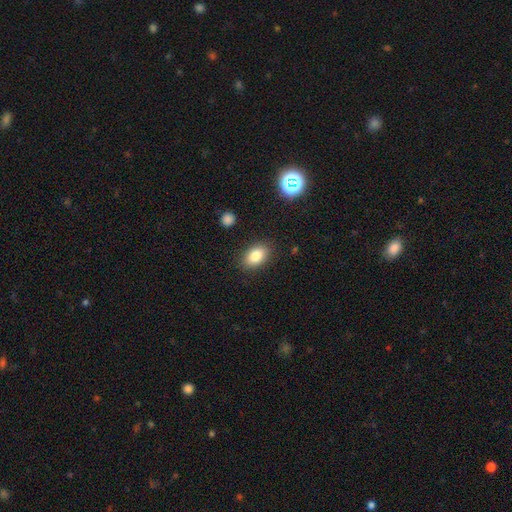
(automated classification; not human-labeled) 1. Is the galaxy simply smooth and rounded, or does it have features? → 83% smooth, 9% star or artifact, 8% featured or disk.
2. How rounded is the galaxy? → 87% in between, 11% round, 2% cigar-shaped.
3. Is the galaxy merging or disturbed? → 86% none, 10% minor disturbance, 3% major disturbance, 2% merger.